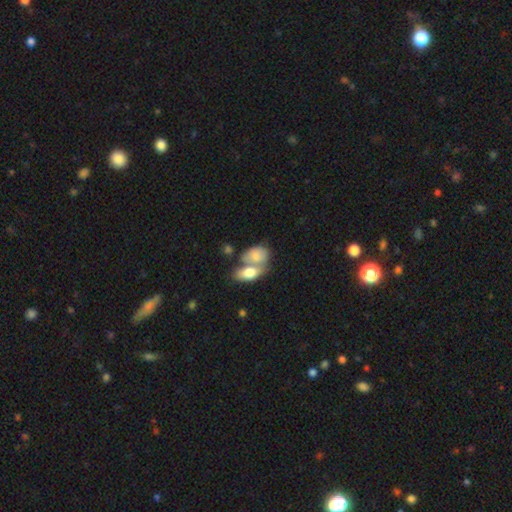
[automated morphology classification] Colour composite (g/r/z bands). It shows a smooth galaxy with no disk features (76%) that is in between round and cigar-shaped (84%). Merging: merger (66%).